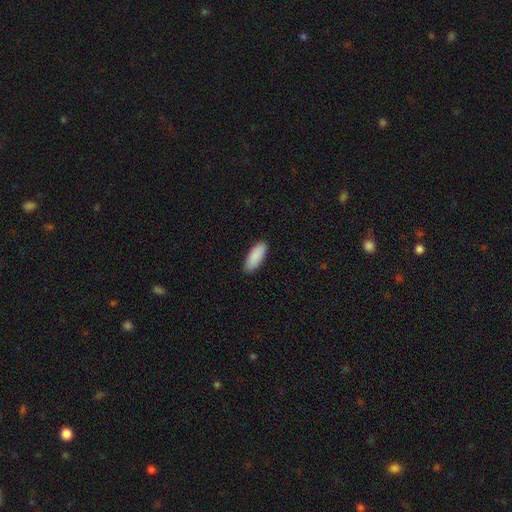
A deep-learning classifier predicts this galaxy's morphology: smooth-or-featured: smooth: 90% | star or artifact: 5% | featured or disk: 4%
  how-rounded: in between: 74% | cigar-shaped: 24% | round: 2%
  merging: none: 89% | minor disturbance: 8% | major disturbance: 2% | merger: 1%